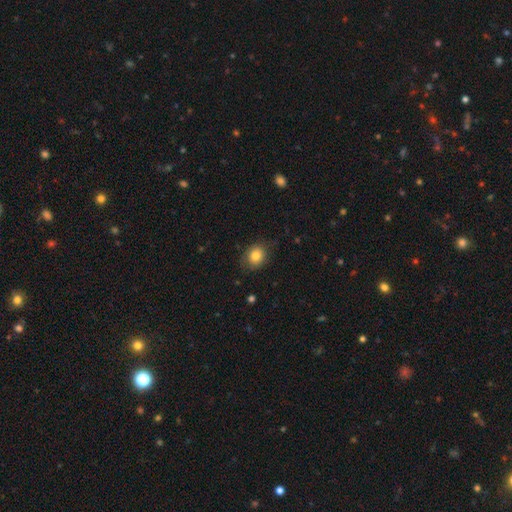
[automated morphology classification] Smooth or featured? Predicted: smooth (p=0.81). How rounded? Predicted: round (p=0.68). Merging? Predicted: none (p=0.79).